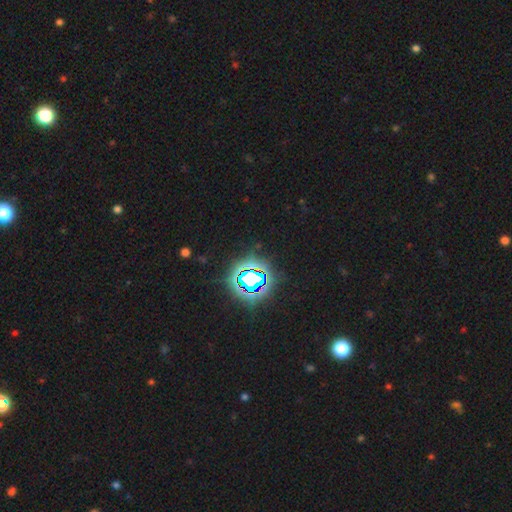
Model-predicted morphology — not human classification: A star or artifact, not a galaxy (83%).

Vote fractions:
- Smooth or featured? star or artifact: 83% / smooth: 11% / featured or disk: 6%